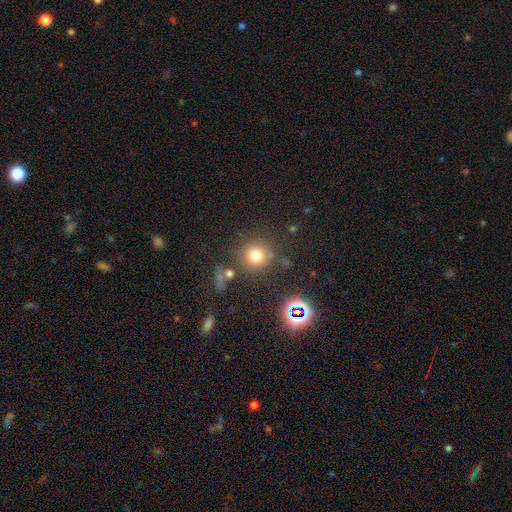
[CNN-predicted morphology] A smooth galaxy with no disk features (72%) that is round (92%).

Vote fractions:
- Smooth or featured? smooth: 72% / star or artifact: 19% / featured or disk: 9%
- How rounded? round: 92% / in between: 7% / cigar-shaped: 1%
- Merging? none: 78% / minor disturbance: 10% / merger: 8% / major disturbance: 5%